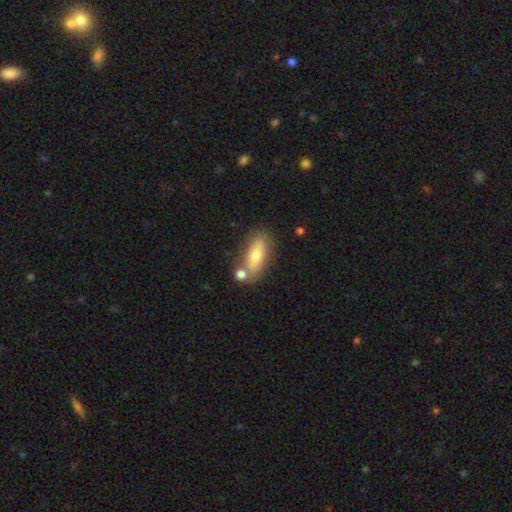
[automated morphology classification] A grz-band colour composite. It shows a smooth galaxy with no disk features (66%) that is in between round and cigar-shaped (71%). Merging: none (70%).